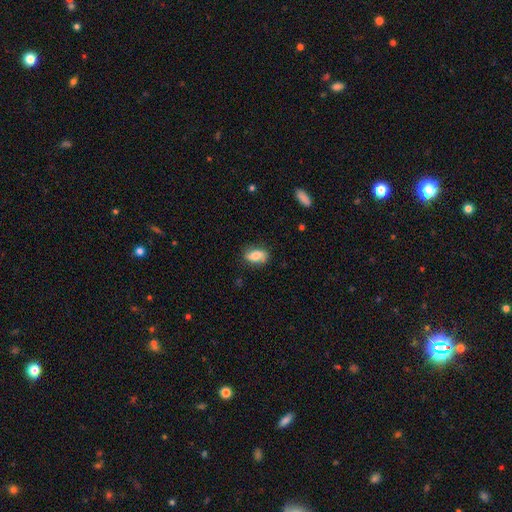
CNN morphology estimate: Overall: smooth (66%; featured or disk 26%). How rounded: in between (86%). Merging: none (77%).